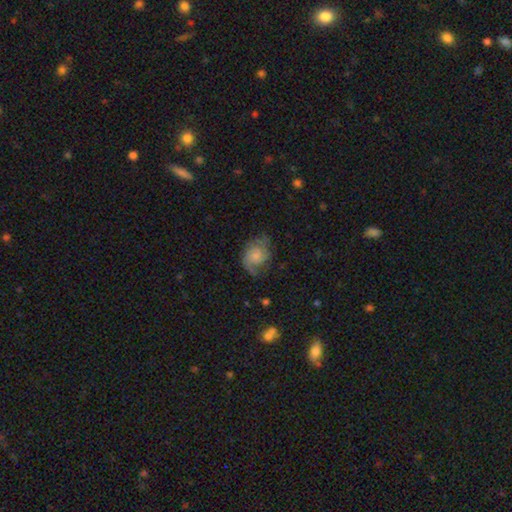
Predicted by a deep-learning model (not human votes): smooth-or-featured: featured or disk: 63% | smooth: 29% | star or artifact: 8%
  disk-edge-on: no: 97% | yes: 3%
    bar: no: 72% | weak: 25% | strong: 3%
    has-spiral-arms: yes: 91% | no: 9%
      spiral-winding: medium: 42% | tight: 33% | loose: 24%
      spiral-arm-count: 2: 58% | can't tell: 18% | 1: 12% | 3: 7% | 4: 3% | more than 4: 2%
    bulge-size: small: 34% | moderate: 29% | none: 22% | large: 11% | dominant: 2%
  merging: none: 60% | minor disturbance: 24% | major disturbance: 15% | merger: 2%